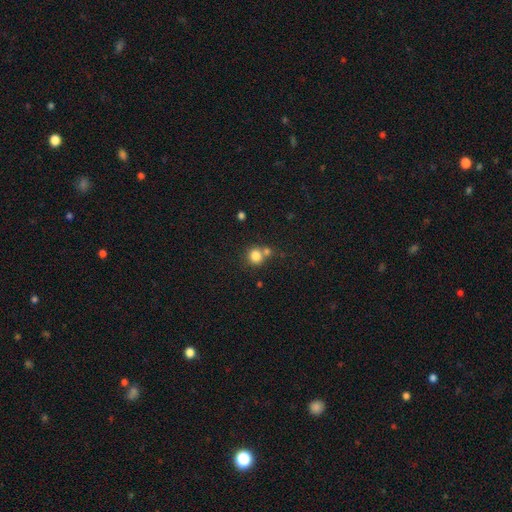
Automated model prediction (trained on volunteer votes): A smooth galaxy with no disk features (82%) that is round (85%). Merging: none (54%).